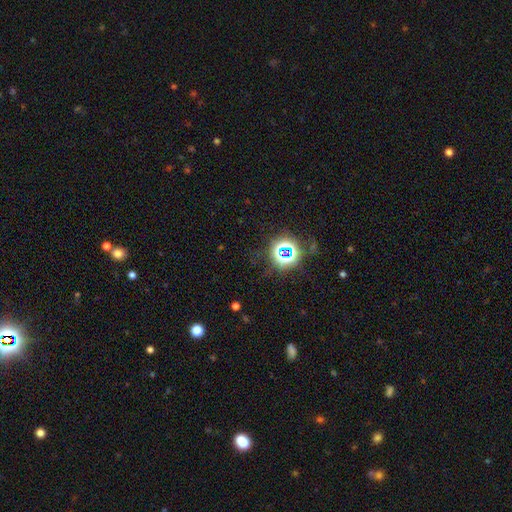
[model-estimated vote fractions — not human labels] Q: Smooth or featured?
A: star or artifact (76%); runner-up: smooth (16%)